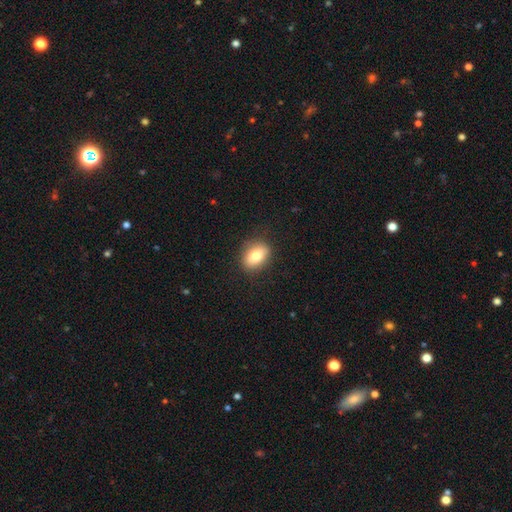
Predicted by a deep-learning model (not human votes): smooth 81%, featured or disk 11%, star or artifact 8%. Down the decision tree: how rounded — in between (79%); merging — none (85%).